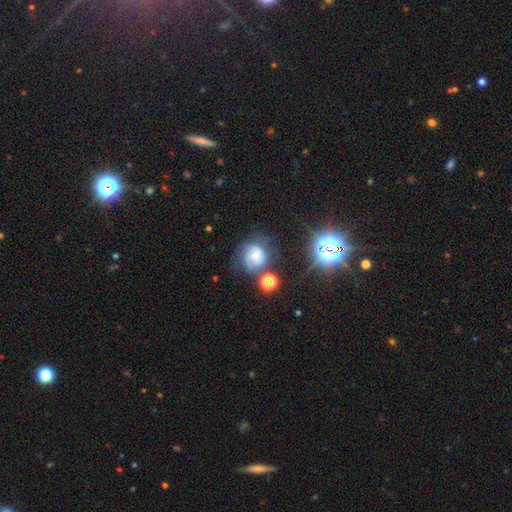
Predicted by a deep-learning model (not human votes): smooth-or-featured: featured or disk: 46% | smooth: 34% | star or artifact: 20%
  merging: none: 49% | minor disturbance: 23% | major disturbance: 18% | merger: 10%